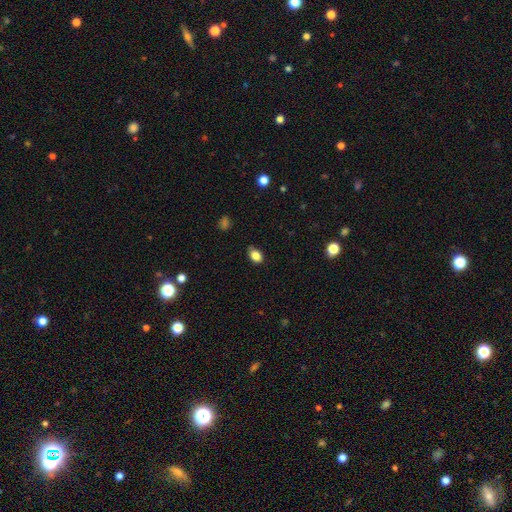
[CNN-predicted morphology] smooth 85%, star or artifact 9%, featured or disk 6%. Down the decision tree: how rounded — in between (78%); merging — none (78%).